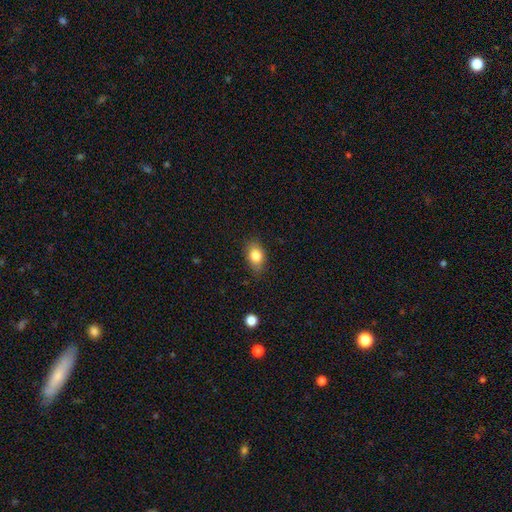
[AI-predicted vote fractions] smooth 82%, featured or disk 9%, star or artifact 9%. Down the decision tree: how rounded — in between (78%); merging — none (79%).